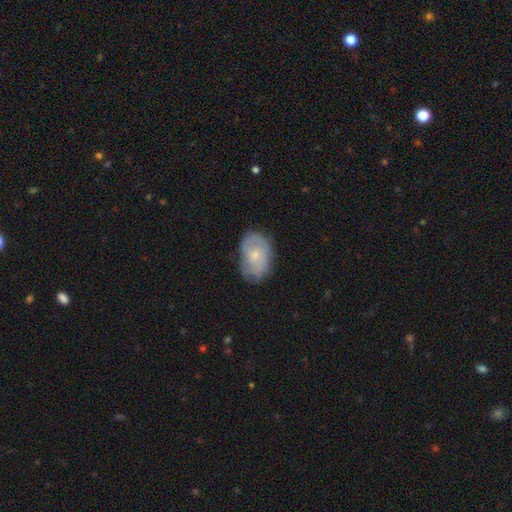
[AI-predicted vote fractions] Smooth or featured? Predicted: smooth (p=0.54). How rounded? Predicted: in between (p=0.84). Merging? Predicted: none (p=0.66).